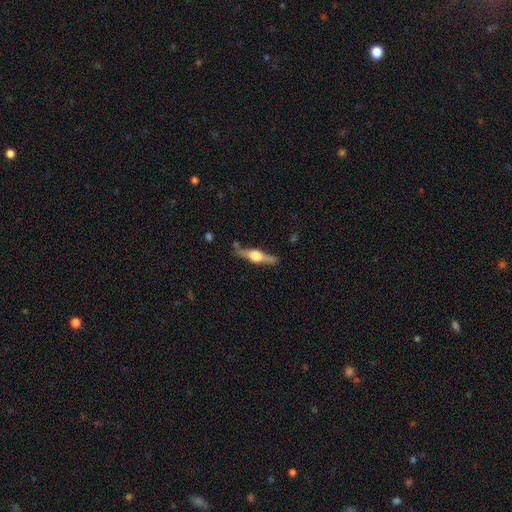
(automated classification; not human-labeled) Smooth or featured: featured or disk — 75% (smooth — 20%)
Edge-on disk: yes — 97% (no — 3%)
Edge-on bulge: rounded — 94% (boxy — 5%)
Merging: none — 84% (minor disturbance — 11%)